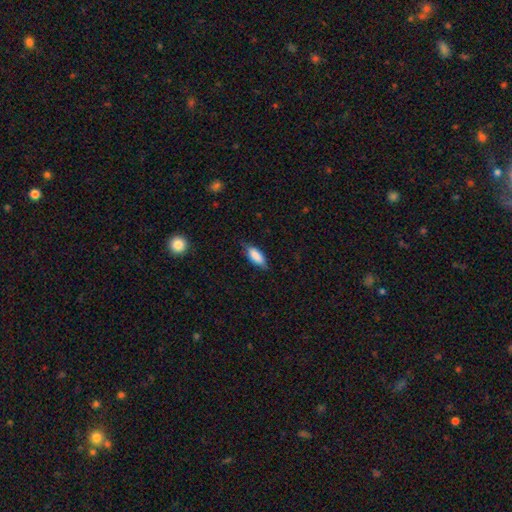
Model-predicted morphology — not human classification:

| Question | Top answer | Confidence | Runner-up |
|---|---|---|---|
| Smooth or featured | smooth | 83% | featured or disk (10%) |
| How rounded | in between | 80% | cigar-shaped (18%) |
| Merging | none | 72% | minor disturbance (22%) |